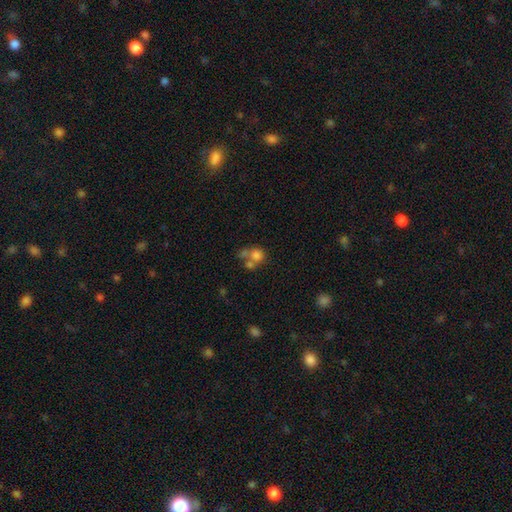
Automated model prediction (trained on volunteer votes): Smooth or featured: smooth — 71% (featured or disk — 17%)
How rounded: round — 77% (in between — 22%)
Merging: merger — 51% (none — 32%)